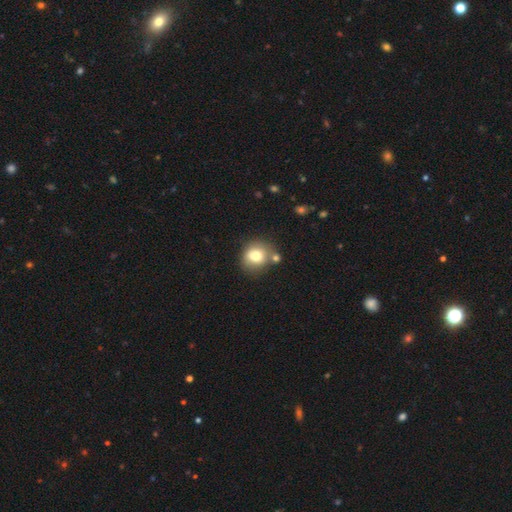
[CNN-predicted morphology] Overall: smooth (77%). How rounded: round (74%). Merging: none (65%).